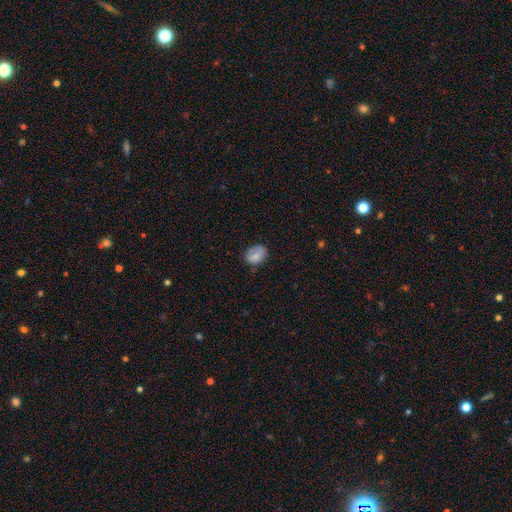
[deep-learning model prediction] A smooth galaxy with no disk features (77%) that is in between round and cigar-shaped (66%).

Vote fractions:
- Smooth or featured? smooth: 77% / featured or disk: 14% / star or artifact: 9%
- How rounded? in between: 66% / round: 33% / cigar-shaped: 1%
- Merging? none: 64% / minor disturbance: 27% / major disturbance: 7% / merger: 2%